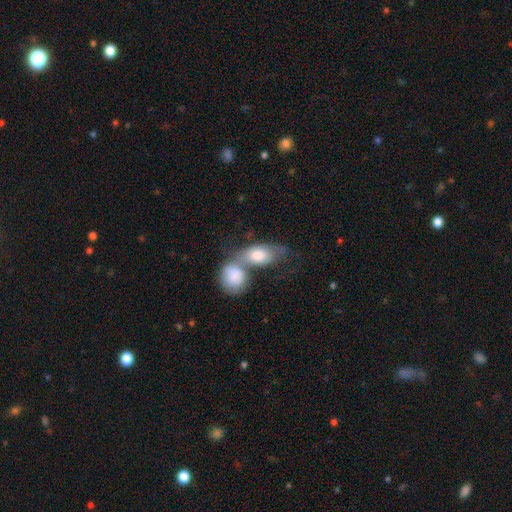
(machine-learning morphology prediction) This is likely a smooth galaxy (73%). How rounded: likely in between (78%). Merging: likely merger (68%).